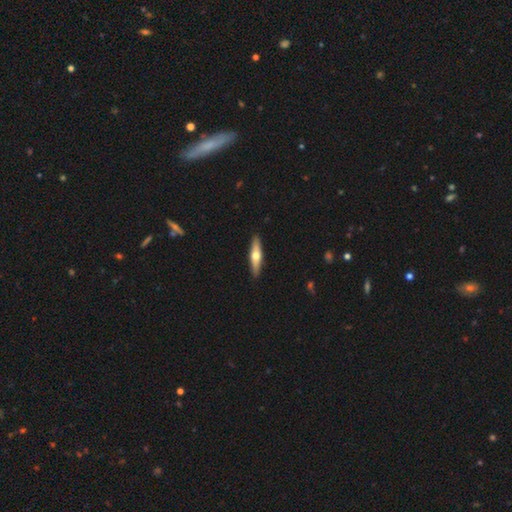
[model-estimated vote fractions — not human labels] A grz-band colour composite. It shows a featured or disk galaxy (52%) viewed edge-on (91%). Merging: none (91%).